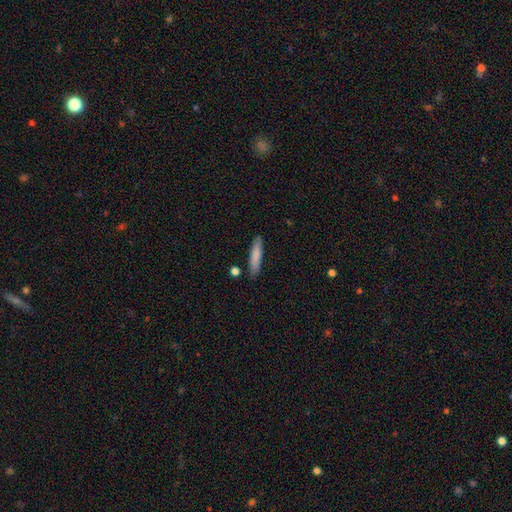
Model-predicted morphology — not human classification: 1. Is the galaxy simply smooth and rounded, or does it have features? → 81% smooth, 13% featured or disk, 6% star or artifact.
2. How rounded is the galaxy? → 86% cigar-shaped, 13% in between, 1% round.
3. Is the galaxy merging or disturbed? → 83% none, 12% minor disturbance, 3% merger, 2% major disturbance.